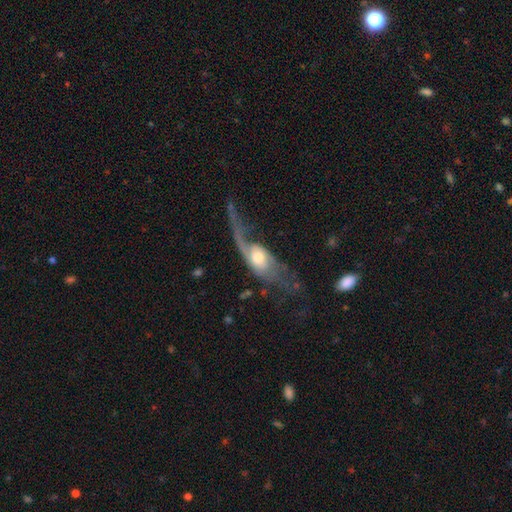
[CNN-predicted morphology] Smooth or featured? featured or disk (69%)
Edge-on disk? no (88%)
Bar? no (68%)
Spiral arms? yes (79%)
Bulge size? moderate (60%)
Merging? major disturbance (54%)